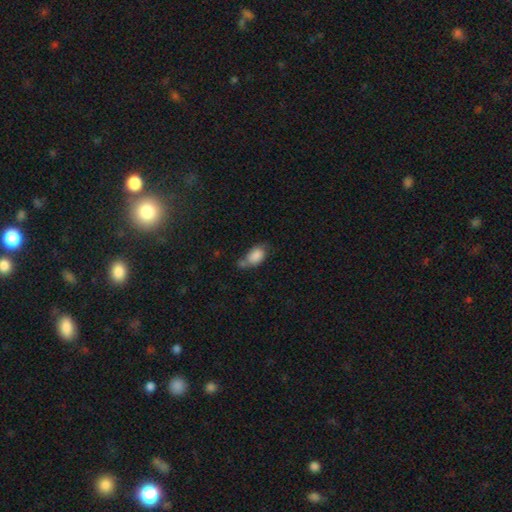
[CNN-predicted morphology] Smooth or featured? Predicted: smooth (p=0.84). How rounded? Predicted: in between (p=0.87). Merging? Predicted: none (p=0.39).